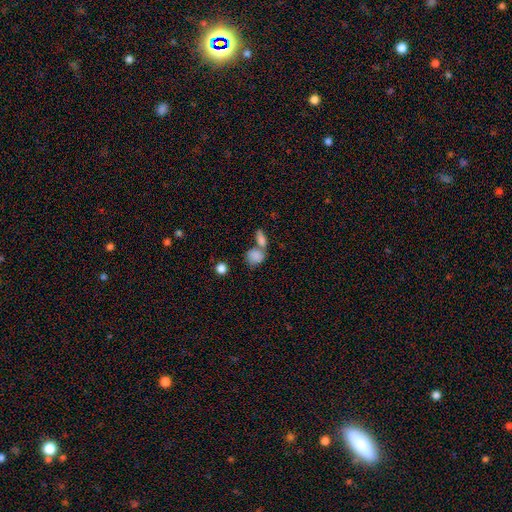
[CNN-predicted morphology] This is clearly a smooth galaxy (83%). How rounded: possibly round (51%). Merging: possibly merger (48%).